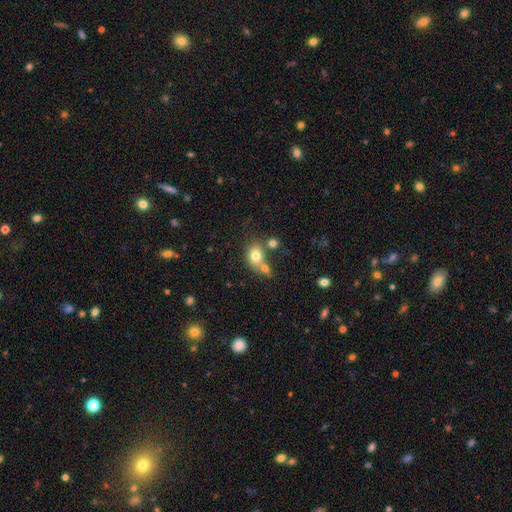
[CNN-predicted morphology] type=smooth (76%); roundness=in between (49%, tied with round); merging=merger (42%).